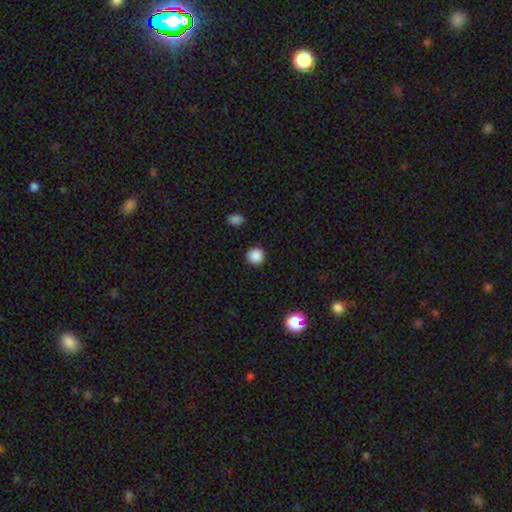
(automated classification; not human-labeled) smooth-or-featured: smooth: 88% | star or artifact: 10% | featured or disk: 2%
  how-rounded: round: 94% | in between: 5% | cigar-shaped: 1%
  merging: none: 91% | minor disturbance: 5% | major disturbance: 2% | merger: 1%